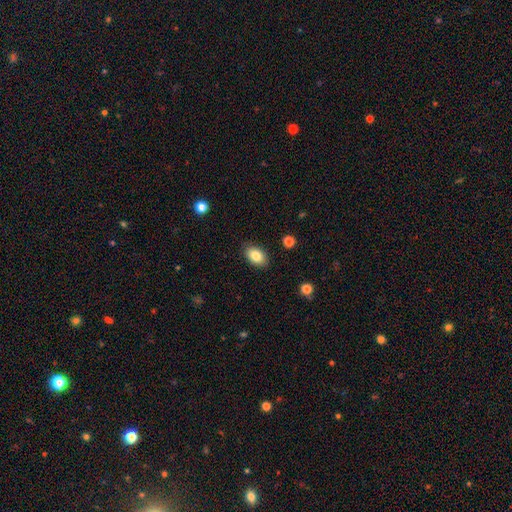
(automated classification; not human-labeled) smooth 85%, star or artifact 8%, featured or disk 8%. Down the decision tree: how rounded — in between (91%); merging — none (87%).